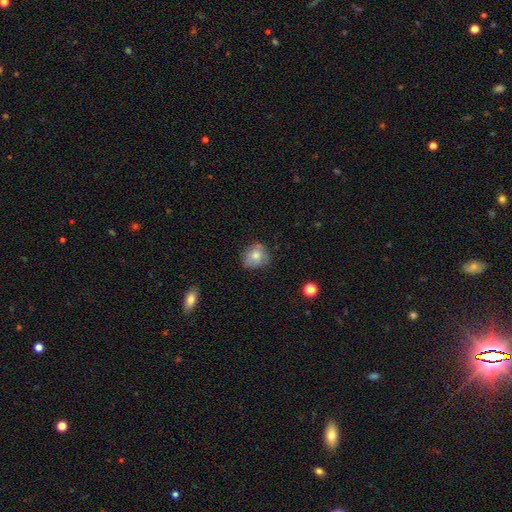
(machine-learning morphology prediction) Smooth or featured: smooth — 73% (featured or disk — 17%)
How rounded: round — 71% (in between — 28%)
Merging: none — 64% (minor disturbance — 27%)